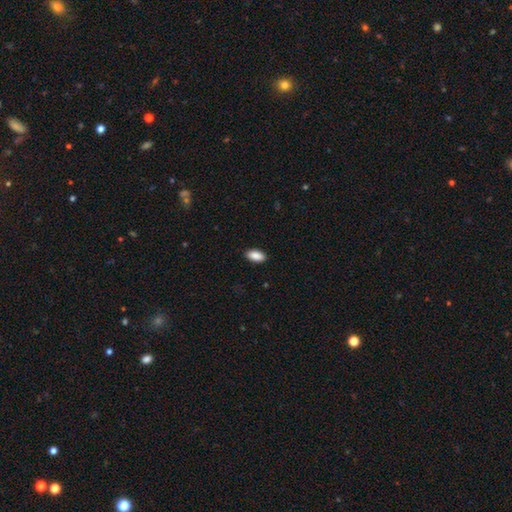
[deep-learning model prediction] Smooth or featured? Predicted: smooth (p=0.90). How rounded? Predicted: in between (p=0.91). Merging? Predicted: none (p=0.89).